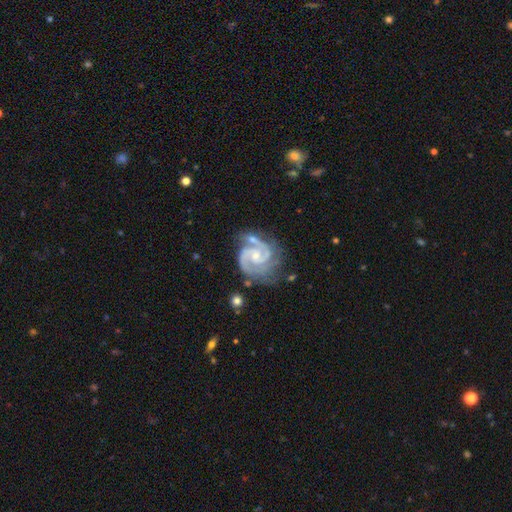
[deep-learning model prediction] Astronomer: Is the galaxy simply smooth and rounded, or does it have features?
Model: featured or disk — 93%.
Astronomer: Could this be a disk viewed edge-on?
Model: no — 98%.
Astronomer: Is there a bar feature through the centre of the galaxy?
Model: no — 59%.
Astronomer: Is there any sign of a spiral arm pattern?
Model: yes — 99%.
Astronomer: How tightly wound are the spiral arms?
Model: tight — 48% (runner-up: medium, 46%).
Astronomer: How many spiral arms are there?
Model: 2 — 70%.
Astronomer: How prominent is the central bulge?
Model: small — 63%.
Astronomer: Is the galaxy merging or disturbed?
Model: none — 56%.